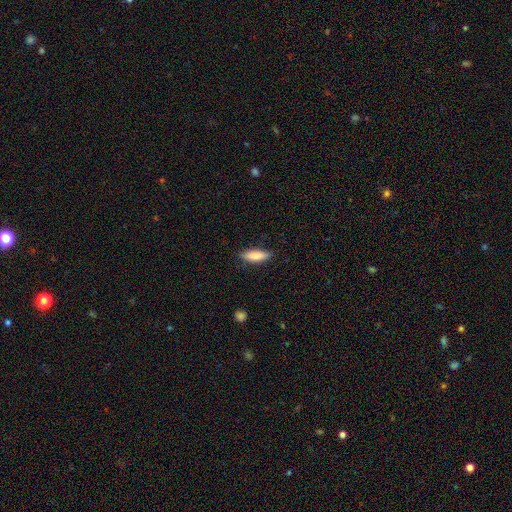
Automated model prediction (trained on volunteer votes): The model was most divided on "how rounded": in between: 51%, cigar-shaped: 48%, round: 2%. More confident: merging — none (86%); smooth or featured — smooth (81%).